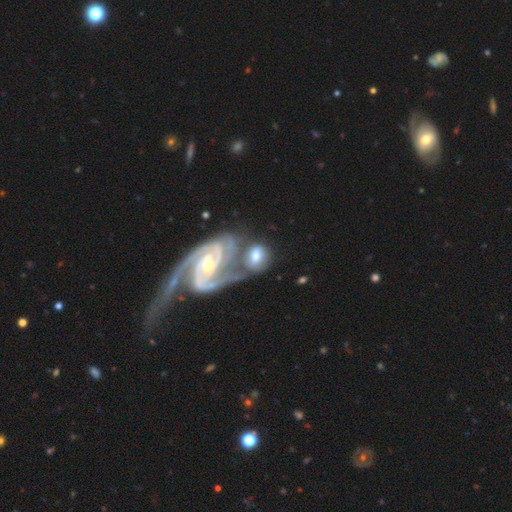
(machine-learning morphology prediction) Overall: featured or disk (51%; smooth 43%). Edge-on disk: no (95%). Merging: merger (44%; none 36%).